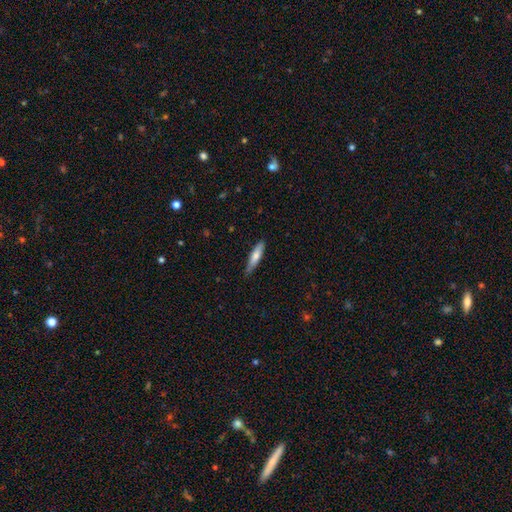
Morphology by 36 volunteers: This is likely a smooth galaxy (75%). How rounded: clearly cigar-shaped (81%). Merging: likely none (66%).